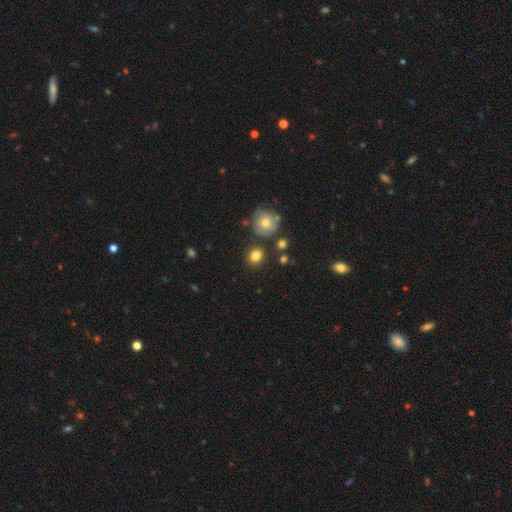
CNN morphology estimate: Smooth or featured?
  - smooth: 81% *
  - star or artifact: 10%
  - featured or disk: 9%
How rounded?
  - round: 77% *
  - in between: 22%
  - cigar-shaped: 1%
Merging?
  - none: 81% *
  - minor disturbance: 10%
  - merger: 6%
  - major disturbance: 3%